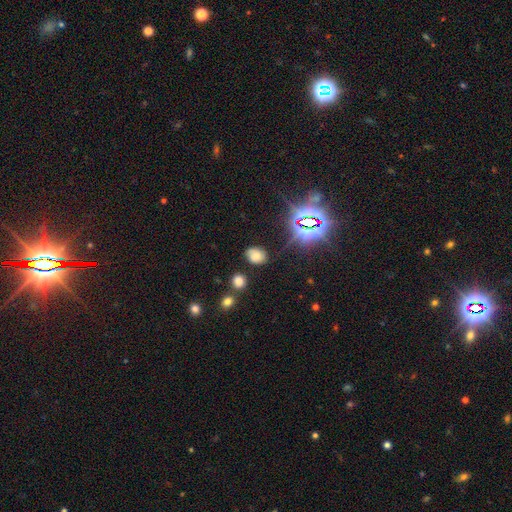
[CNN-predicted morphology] A smooth galaxy with no disk features (67%) that is in between round and cigar-shaped (65%).

Vote fractions:
- Smooth or featured? smooth: 67% / star or artifact: 24% / featured or disk: 10%
- How rounded? in between: 65% / round: 33% / cigar-shaped: 1%
- Merging? none: 75% / minor disturbance: 17% / major disturbance: 5% / merger: 4%